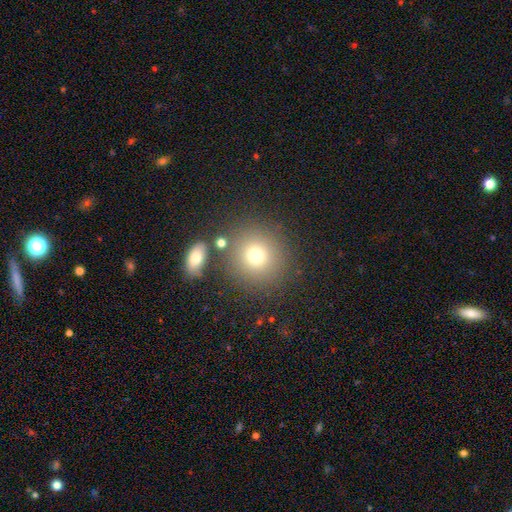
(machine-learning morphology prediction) A smooth galaxy with no disk features (74%) that is round (91%).

Vote fractions:
- Smooth or featured? smooth: 74% / star or artifact: 15% / featured or disk: 11%
- How rounded? round: 91% / in between: 8% / cigar-shaped: 1%
- Merging? none: 80% / minor disturbance: 9% / merger: 7% / major disturbance: 4%